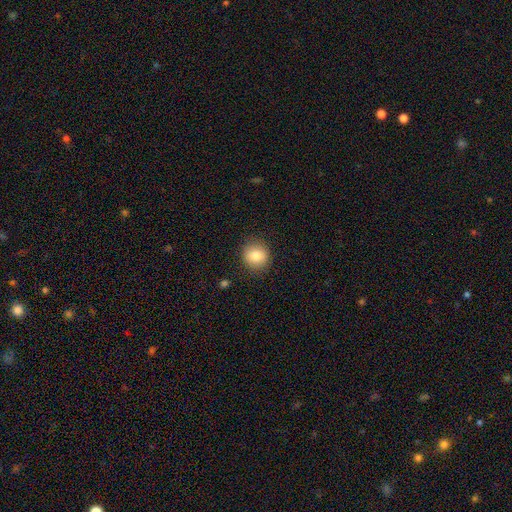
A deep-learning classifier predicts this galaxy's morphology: A smooth galaxy with no disk features (83%) that is round (85%).

Vote fractions:
- Smooth or featured? smooth: 83% / star or artifact: 9% / featured or disk: 8%
- How rounded? round: 85% / in between: 14% / cigar-shaped: 1%
- Merging? none: 87% / minor disturbance: 9% / major disturbance: 3% / merger: 1%